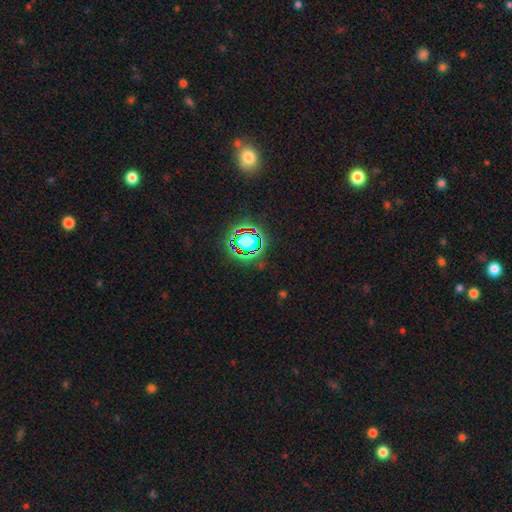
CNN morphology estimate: Smooth or featured?
  - star or artifact: 76% *
  - smooth: 15%
  - featured or disk: 9%